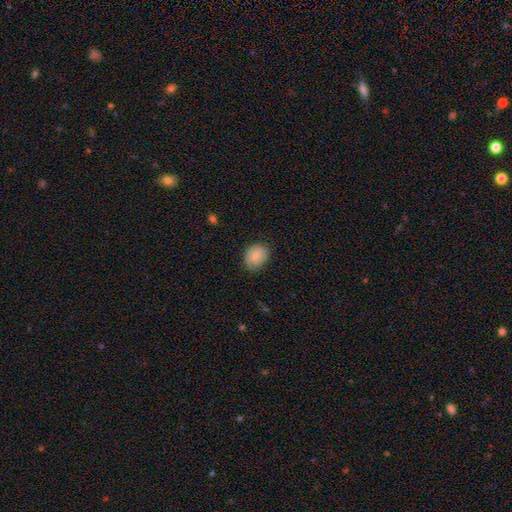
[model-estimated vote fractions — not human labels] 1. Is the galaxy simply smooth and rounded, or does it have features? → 85% smooth, 8% featured or disk, 7% star or artifact.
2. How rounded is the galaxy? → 52% round, 47% in between, 1% cigar-shaped.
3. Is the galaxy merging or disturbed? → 78% none, 18% minor disturbance, 3% major disturbance, 1% merger.